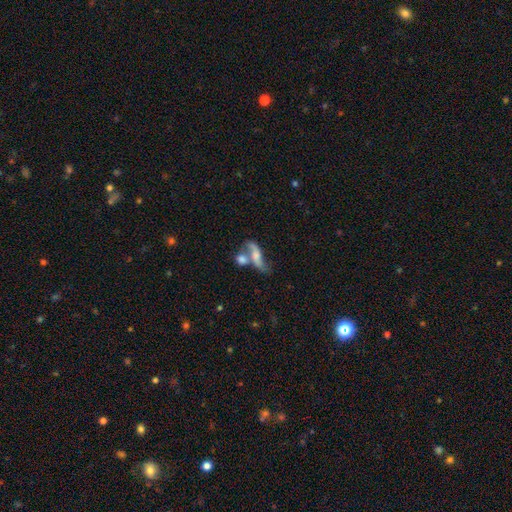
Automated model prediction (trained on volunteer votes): This is possibly a featured or disk galaxy (59%). It is clearly not viewed edge-on (84%). Merging: marginally merger (44%).